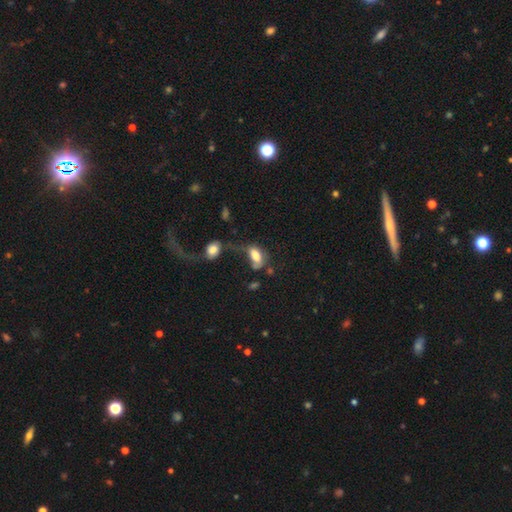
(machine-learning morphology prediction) Q: Smooth or featured?
A: smooth (71%); runner-up: featured or disk (20%)
Q: How rounded?
A: in between (89%); runner-up: round (6%)
Q: Merging?
A: major disturbance (33%); runner-up: none (26%)